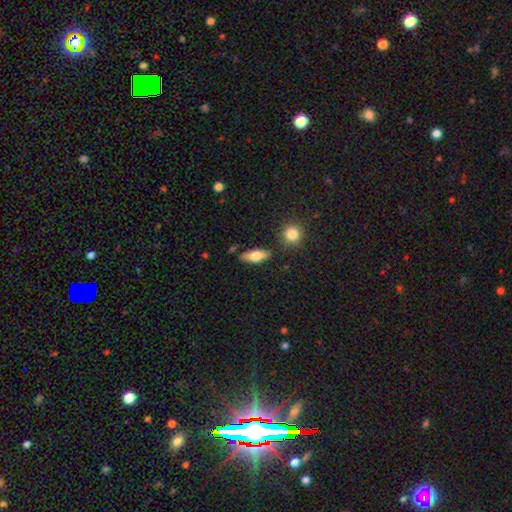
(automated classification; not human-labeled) A smooth galaxy with no disk features (75%) that is in between round and cigar-shaped (77%).

Vote fractions:
- Smooth or featured? smooth: 75% / featured or disk: 18% / star or artifact: 7%
- How rounded? in between: 77% / cigar-shaped: 20% / round: 3%
- Merging? none: 78% / minor disturbance: 14% / merger: 5% / major disturbance: 3%